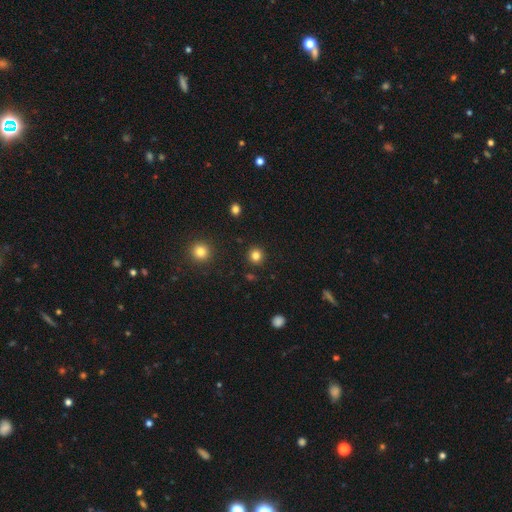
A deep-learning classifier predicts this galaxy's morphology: Smooth or featured?
  - smooth: 83% *
  - star or artifact: 13%
  - featured or disk: 5%
How rounded?
  - round: 92% *
  - in between: 7%
  - cigar-shaped: 1%
Merging?
  - none: 91% *
  - minor disturbance: 5%
  - major disturbance: 2%
  - merger: 2%